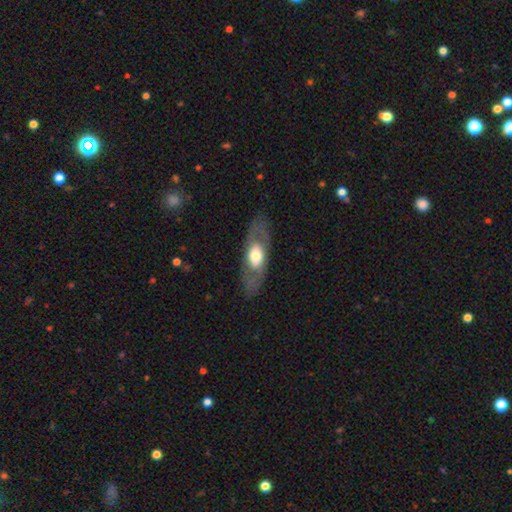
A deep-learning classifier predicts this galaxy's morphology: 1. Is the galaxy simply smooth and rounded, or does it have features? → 53% featured or disk, 41% smooth, 5% star or artifact.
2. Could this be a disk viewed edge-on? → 76% no, 24% yes.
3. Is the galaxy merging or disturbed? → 80% none, 12% minor disturbance, 7% major disturbance, 1% merger.